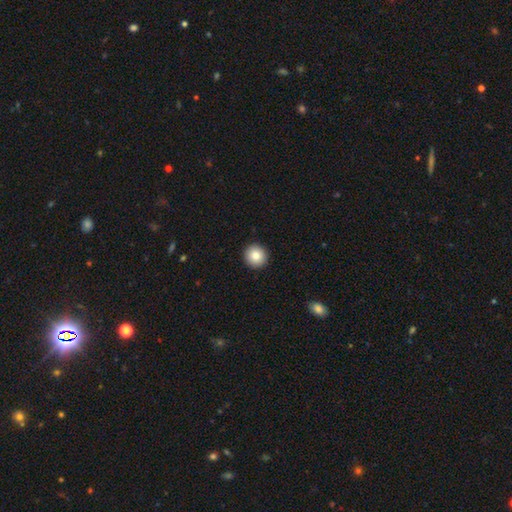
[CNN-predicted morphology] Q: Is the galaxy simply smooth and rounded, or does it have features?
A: smooth — 85%.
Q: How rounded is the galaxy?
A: round — 94%.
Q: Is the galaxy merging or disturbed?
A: none — 93%.